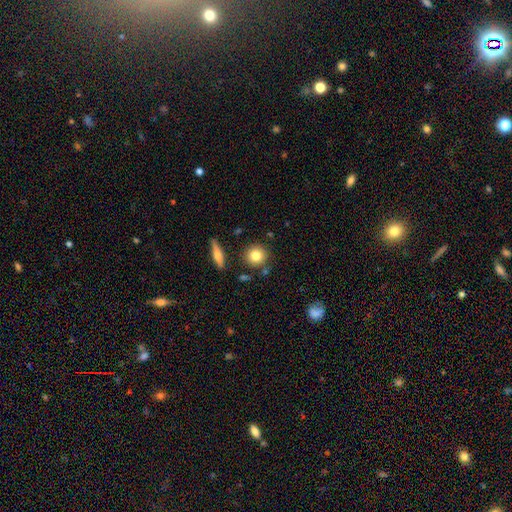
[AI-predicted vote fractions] A smooth galaxy with no disk features (82%) that is round (89%). Merging: none (83%).